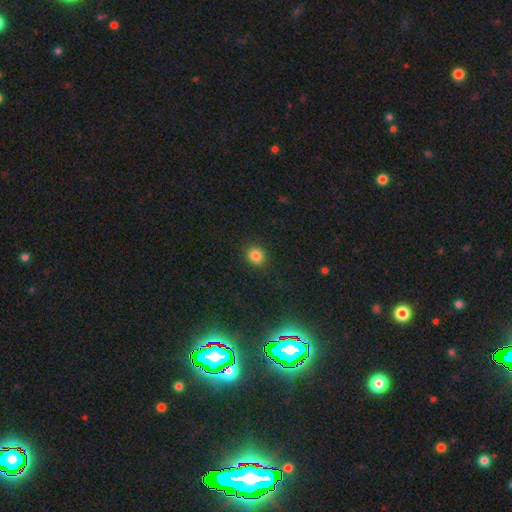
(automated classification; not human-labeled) smooth 83%, star or artifact 12%, featured or disk 5%. Down the decision tree: how rounded — round (73%); merging — none (88%).